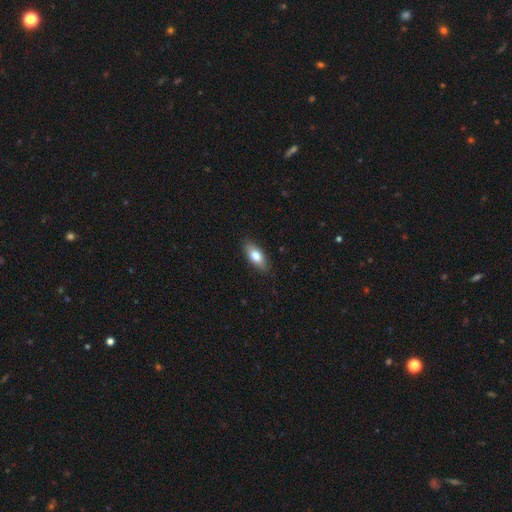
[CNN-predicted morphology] Overall: smooth (77%). How rounded: in between (82%). Merging: none (85%).